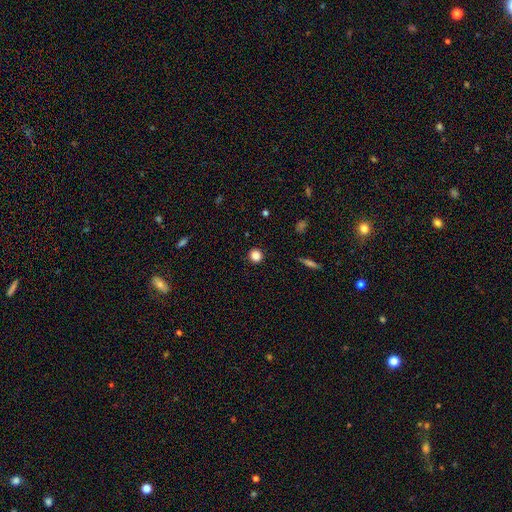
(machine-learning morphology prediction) The model was most divided on "smooth or featured": smooth: 86%, star or artifact: 11%, featured or disk: 4%. More confident: merging — none (91%); how rounded — round (90%).